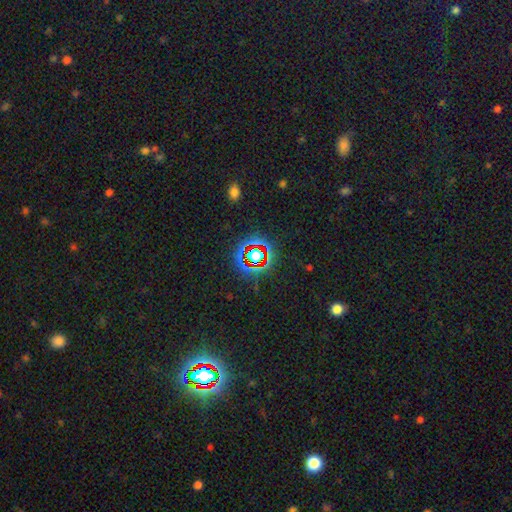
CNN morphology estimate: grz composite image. It shows a star or artifact, not a galaxy (73%).